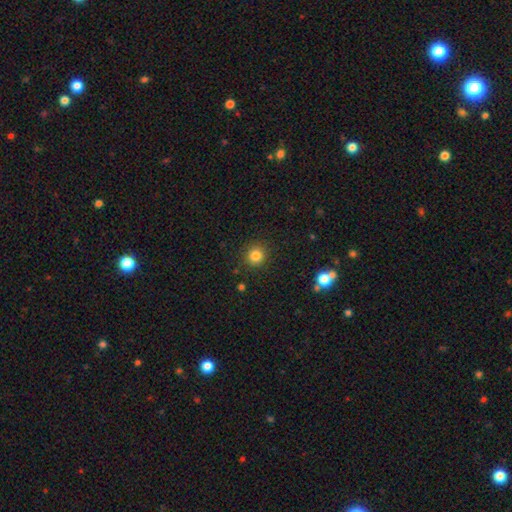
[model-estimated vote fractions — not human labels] The model was most divided on "smooth or featured": smooth: 83%, star or artifact: 12%, featured or disk: 5%. More confident: how rounded — round (91%); merging — none (89%).